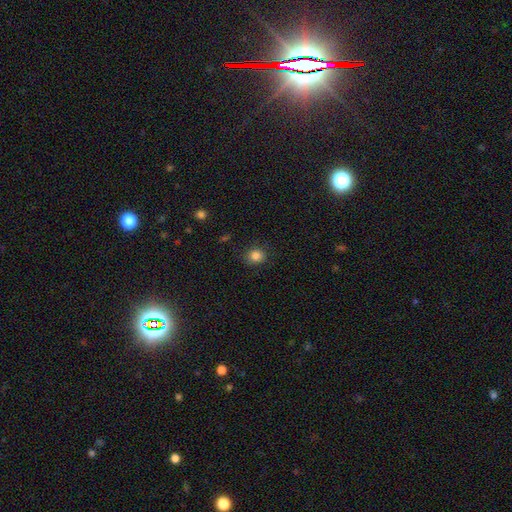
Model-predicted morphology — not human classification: Smooth or featured: smooth — 84% (star or artifact — 11%)
How rounded: round — 77% (in between — 22%)
Merging: none — 86% (minor disturbance — 10%)